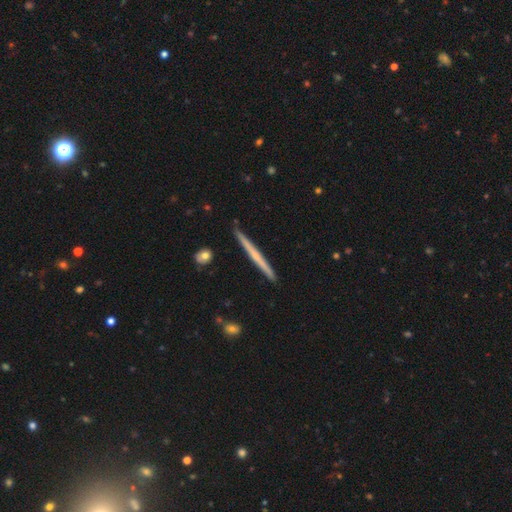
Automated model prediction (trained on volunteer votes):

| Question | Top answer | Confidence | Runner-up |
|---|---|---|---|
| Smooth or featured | featured or disk | 59% | smooth (35%) |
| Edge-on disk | yes | 98% | no (2%) |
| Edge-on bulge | none | 66% | rounded (30%) |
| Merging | none | 90% | minor disturbance (7%) |